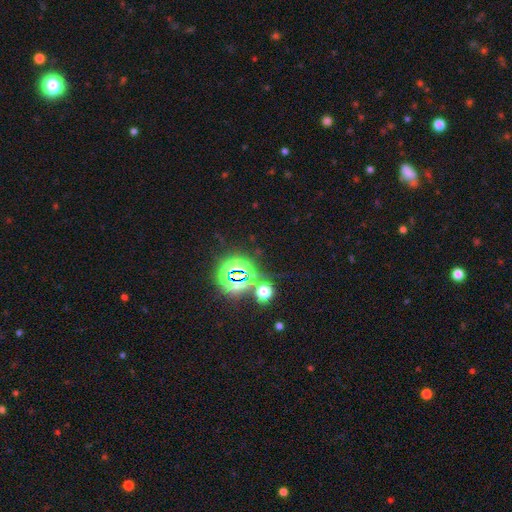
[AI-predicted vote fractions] Smooth or featured?
  - star or artifact: 82% *
  - smooth: 12%
  - featured or disk: 6%